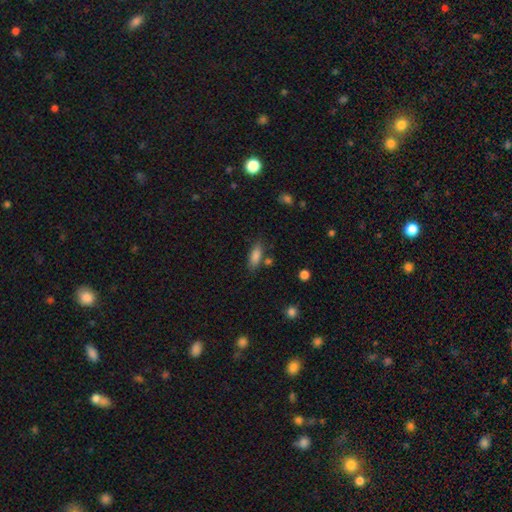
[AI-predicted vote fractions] smooth 84%, star or artifact 8%, featured or disk 8%. Down the decision tree: how rounded — in between (76%); merging — none (72%).